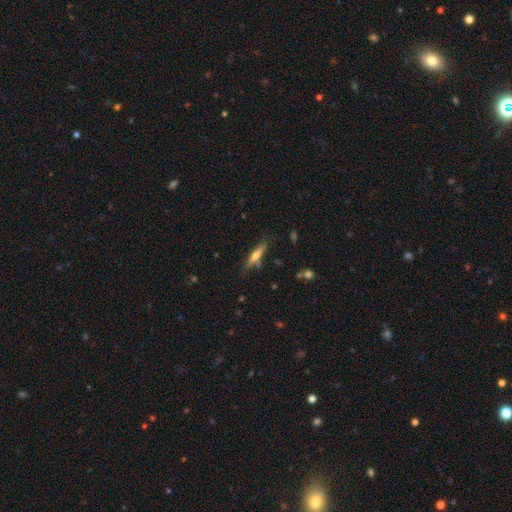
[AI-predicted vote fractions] This is possibly a featured or disk galaxy (47%). Merging: likely none (73%).